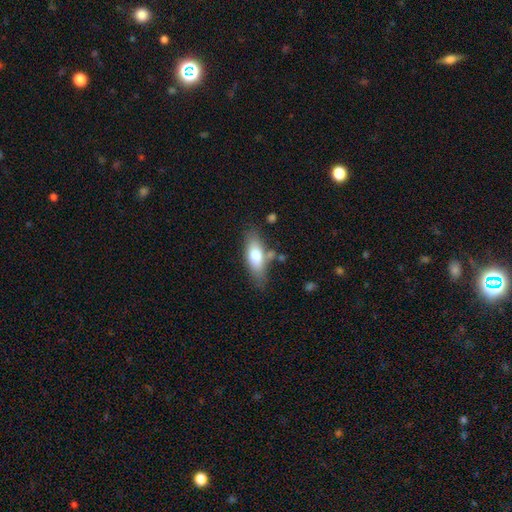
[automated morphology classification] Smooth or featured? smooth (68%)
How rounded? in between (73%)
Merging? none (67%)